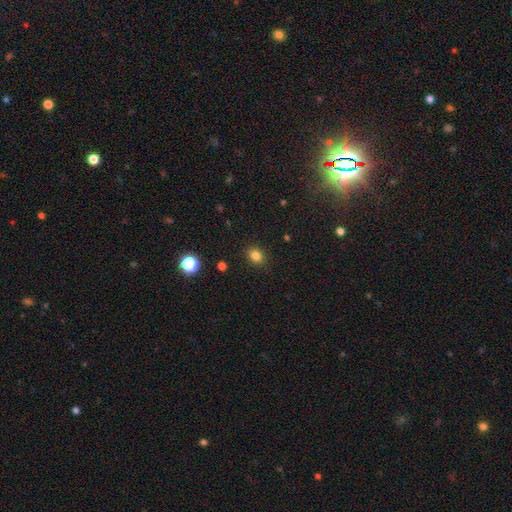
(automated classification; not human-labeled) Overall: smooth (82%). How rounded: in between (50%; round 49%). Merging: none (88%).